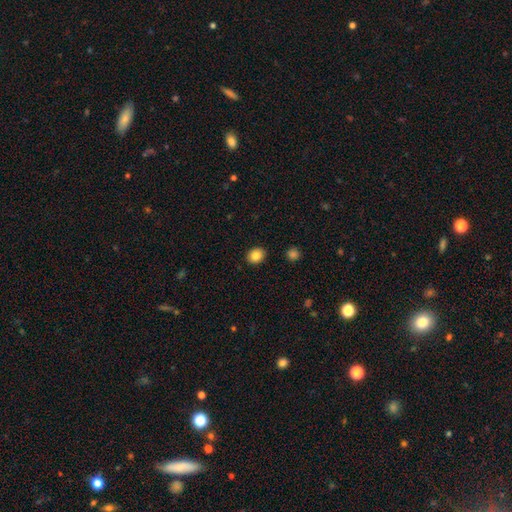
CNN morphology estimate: A smooth galaxy with no disk features (85%) that is round (59%). Merging: none (90%).